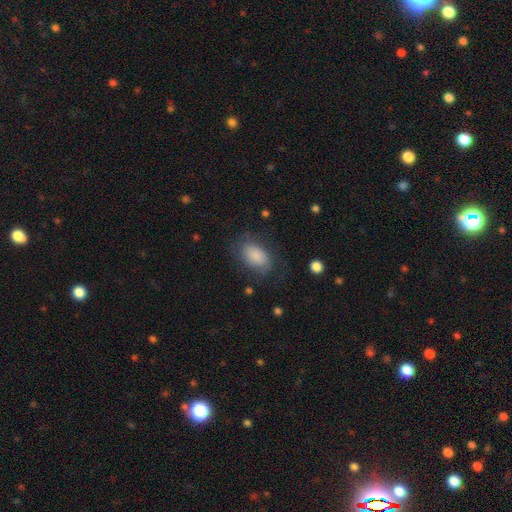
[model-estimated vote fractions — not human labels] Smooth or featured? Predicted: smooth (p=0.81). How rounded? Predicted: in between (p=0.90). Merging? Predicted: none (p=0.66).